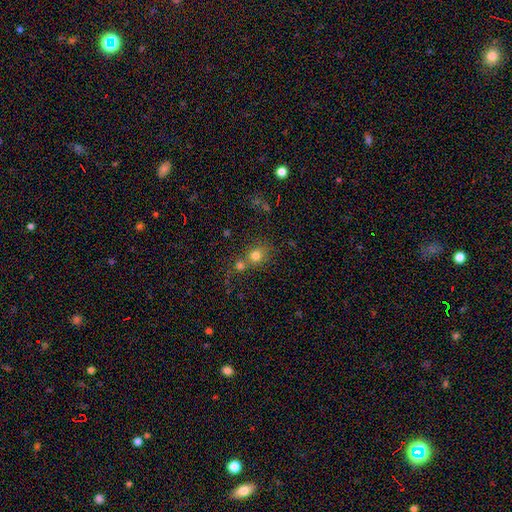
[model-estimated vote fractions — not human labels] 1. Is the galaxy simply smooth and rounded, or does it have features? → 75% smooth, 15% star or artifact, 10% featured or disk.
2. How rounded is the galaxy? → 78% round, 21% in between, 1% cigar-shaped.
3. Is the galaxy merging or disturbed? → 48% none, 41% merger, 8% minor disturbance, 4% major disturbance.